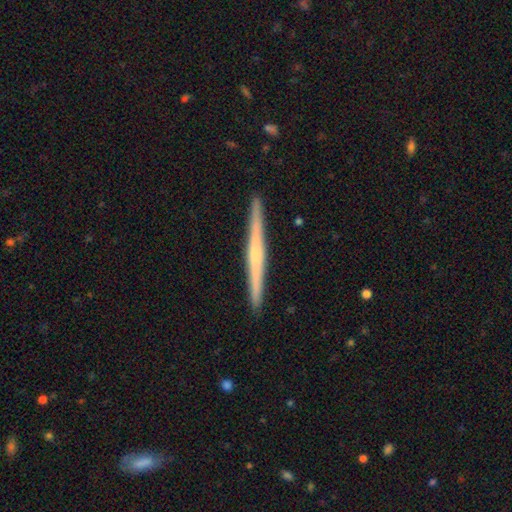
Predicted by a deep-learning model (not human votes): Overall: featured or disk (59%; smooth 35%). Edge-on disk: yes (98%). Edge-on bulge: none (62%; rounded 29%). Merging: none (93%).